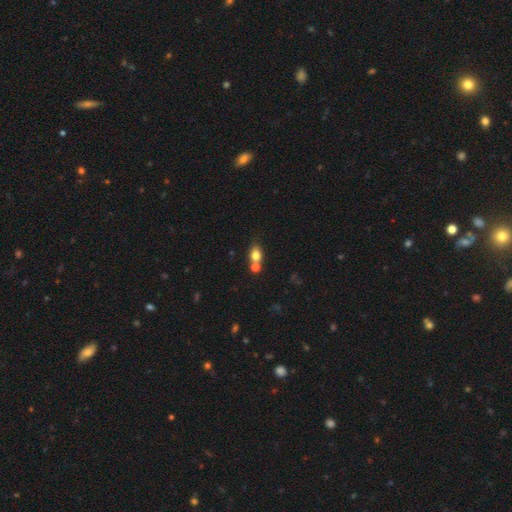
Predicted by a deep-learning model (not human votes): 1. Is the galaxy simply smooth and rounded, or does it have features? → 78% smooth, 11% star or artifact, 11% featured or disk.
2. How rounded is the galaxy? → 61% in between, 36% round, 3% cigar-shaped.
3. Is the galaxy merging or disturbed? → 50% none, 36% merger, 10% minor disturbance, 4% major disturbance.